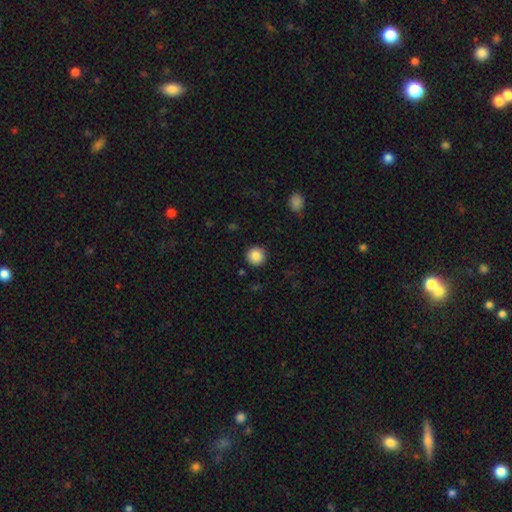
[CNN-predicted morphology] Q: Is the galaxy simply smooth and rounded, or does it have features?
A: smooth — 86%.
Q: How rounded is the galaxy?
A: round — 95%.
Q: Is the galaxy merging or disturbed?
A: none — 91%.